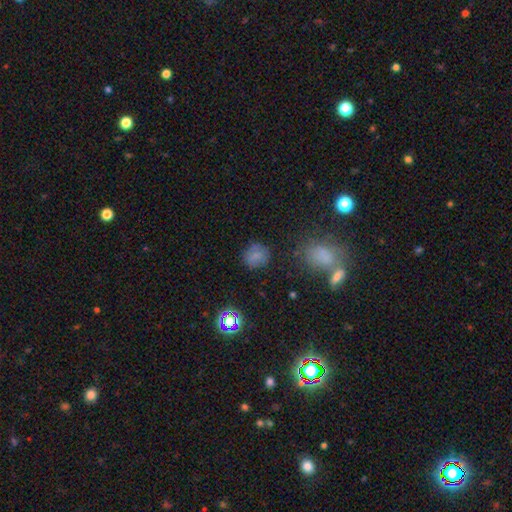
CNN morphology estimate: smooth 76%, star or artifact 16%, featured or disk 9%. Down the decision tree: how rounded — round (85%); merging — none (79%).